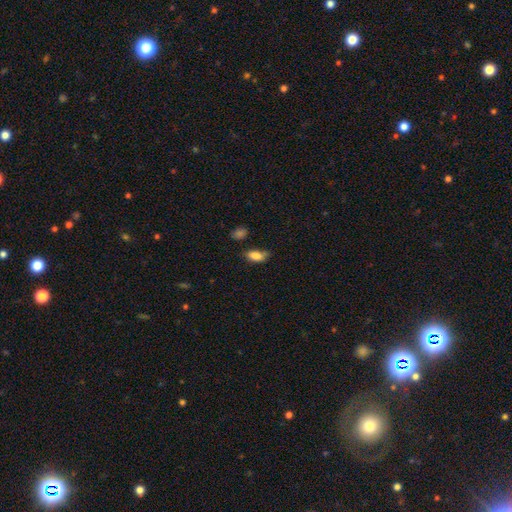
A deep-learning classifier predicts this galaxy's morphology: Smooth or featured: smooth — 84% (star or artifact — 9%)
How rounded: in between — 88% (cigar-shaped — 7%)
Merging: none — 51% (minor disturbance — 34%)